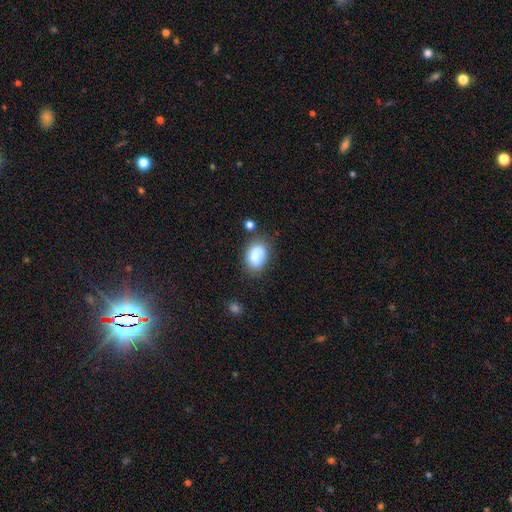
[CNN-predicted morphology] Smooth or featured: smooth — 79% (featured or disk — 13%)
How rounded: in between — 77% (round — 22%)
Merging: none — 60% (minor disturbance — 23%)